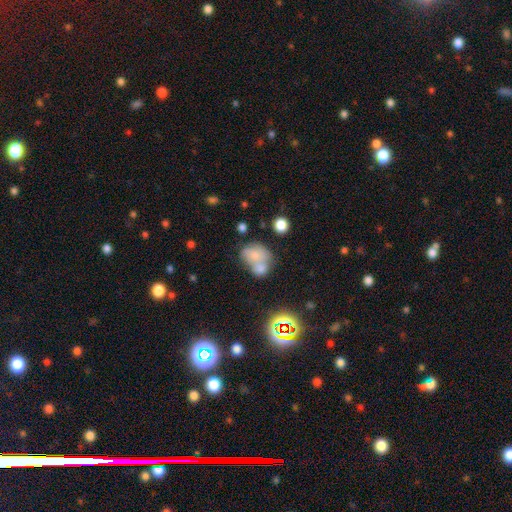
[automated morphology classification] Smooth or featured?
  - smooth: 65% *
  - featured or disk: 23%
  - star or artifact: 12%
How rounded?
  - in between: 51% *
  - round: 48%
  - cigar-shaped: 1%
Merging?
  - merger: 57% *
  - none: 25%
  - minor disturbance: 12%
  - major disturbance: 6%